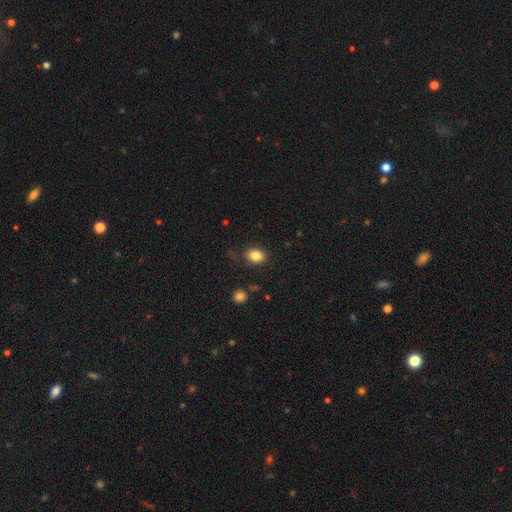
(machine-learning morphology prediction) smooth_or_featured: smooth (p=0.84) [alt: star or artifact p=0.10]
how_rounded: in between (p=0.61) [alt: round p=0.38]
merging: none (p=0.82) [alt: minor disturbance p=0.13]